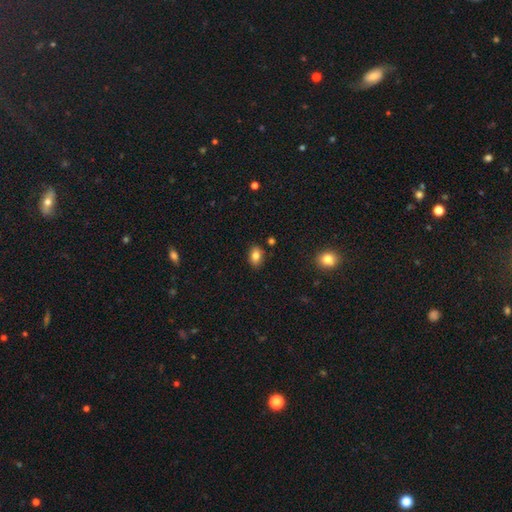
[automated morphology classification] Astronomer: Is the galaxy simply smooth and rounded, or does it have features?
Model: smooth — 82%.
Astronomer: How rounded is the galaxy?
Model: in between — 80%.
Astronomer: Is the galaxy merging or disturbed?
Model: none — 85%.